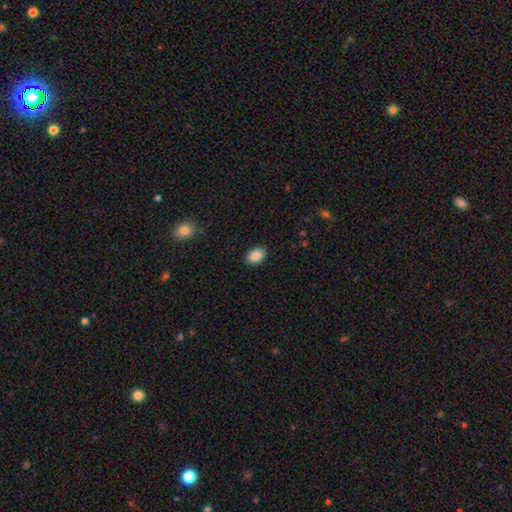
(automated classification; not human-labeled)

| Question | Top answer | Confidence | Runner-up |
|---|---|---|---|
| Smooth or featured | smooth | 89% | star or artifact (8%) |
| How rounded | in between | 82% | round (17%) |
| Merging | none | 89% | minor disturbance (8%) |